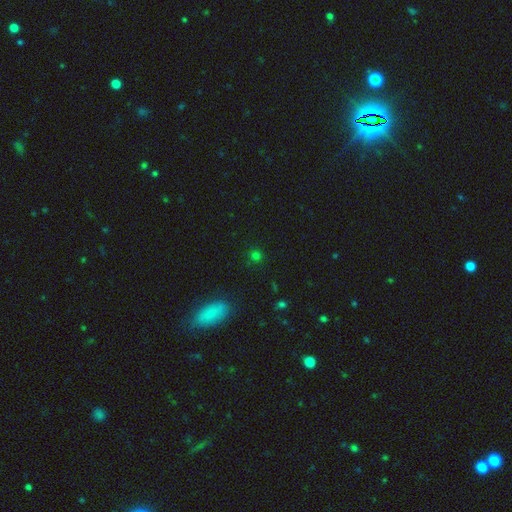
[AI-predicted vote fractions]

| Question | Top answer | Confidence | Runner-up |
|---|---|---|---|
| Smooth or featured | smooth | 68% | star or artifact (27%) |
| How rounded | round | 87% | in between (11%) |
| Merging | none | 86% | minor disturbance (9%) |